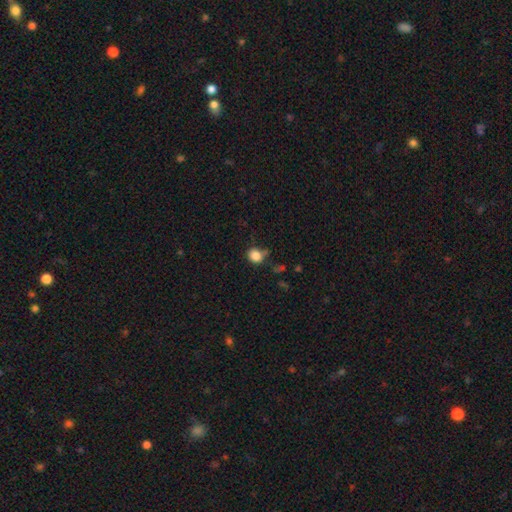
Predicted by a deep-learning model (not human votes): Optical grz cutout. It shows a smooth galaxy with no disk features (85%) that is round (70%). Merging: none (64%).